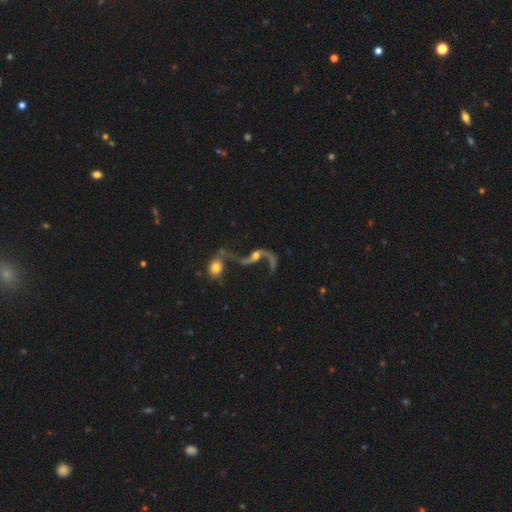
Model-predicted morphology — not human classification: Smooth or featured? Predicted: featured or disk (p=0.87). Edge-on disk? Predicted: no (p=0.95). Bar? Predicted: no (p=0.52). Spiral arms? Predicted: yes (p=0.94). Spiral winding? Predicted: loose (p=0.91). Spiral arm count? Predicted: 2 (p=0.90). Bulge size? Predicted: moderate (p=0.49). Merging? Predicted: none (p=0.36).